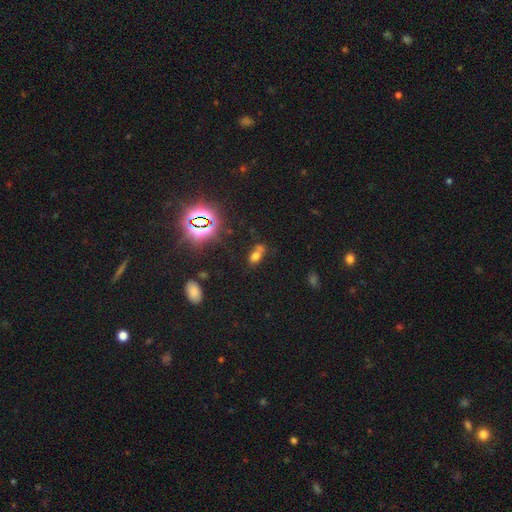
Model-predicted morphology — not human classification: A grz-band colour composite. It shows a smooth galaxy with no disk features (61%) that is in between round and cigar-shaped (77%). Merging: none (41%).